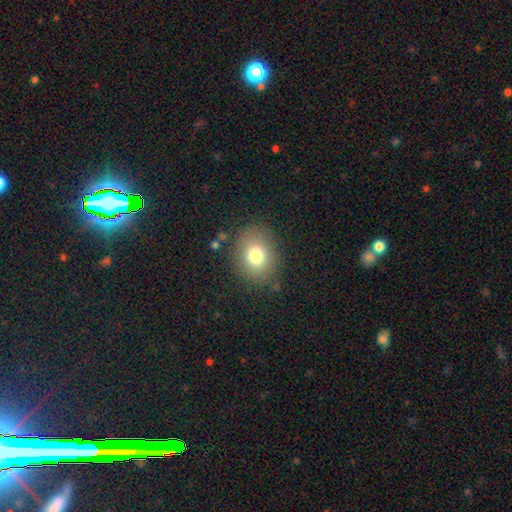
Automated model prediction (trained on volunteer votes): Q: Smooth or featured?
A: smooth (77%); runner-up: star or artifact (12%)
Q: How rounded?
A: round (56%); runner-up: in between (43%)
Q: Merging?
A: none (83%); runner-up: minor disturbance (11%)